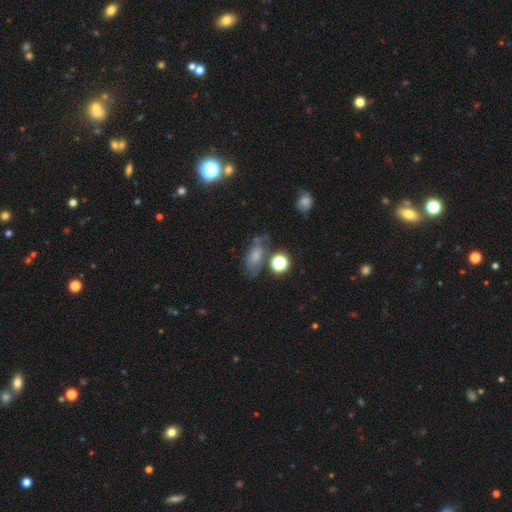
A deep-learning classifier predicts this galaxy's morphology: smooth_or_featured: smooth (p=0.60) [alt: featured or disk p=0.23]
how_rounded: in between (p=0.78) [alt: round p=0.15]
merging: none (p=0.51) [alt: minor disturbance p=0.24]